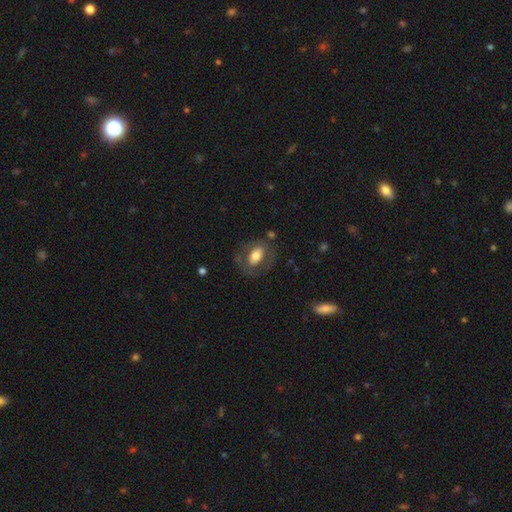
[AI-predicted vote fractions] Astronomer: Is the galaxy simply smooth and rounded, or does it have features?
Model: smooth — 59%.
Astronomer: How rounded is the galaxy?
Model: in between — 81%.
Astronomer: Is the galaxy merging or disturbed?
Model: none — 68%.